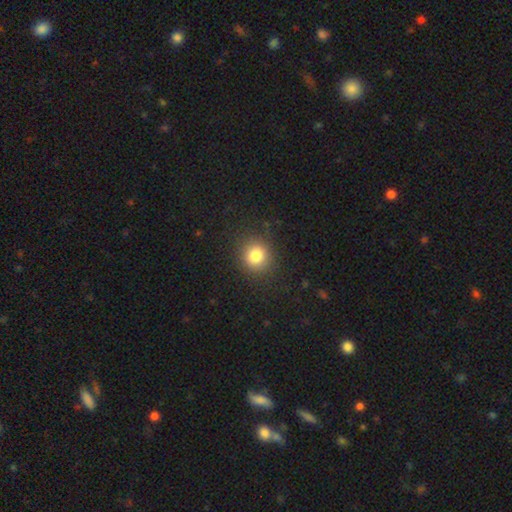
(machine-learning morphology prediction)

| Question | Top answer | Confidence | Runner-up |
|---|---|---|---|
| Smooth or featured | smooth | 82% | star or artifact (12%) |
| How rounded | round | 86% | in between (13%) |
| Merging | none | 88% | minor disturbance (8%) |